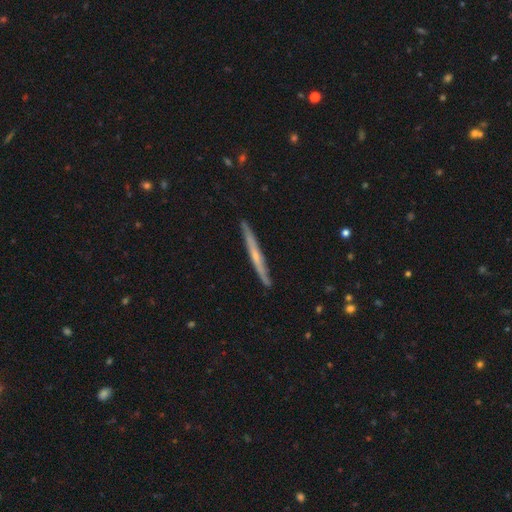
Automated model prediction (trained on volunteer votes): smooth_or_featured: featured or disk (p=0.61) [alt: smooth p=0.33]
disk_edge_on: yes (p=0.96) [alt: no p=0.04]
edge_on_bulge: none (p=0.53) [alt: rounded p=0.42]
merging: none (p=0.89) [alt: minor disturbance p=0.08]